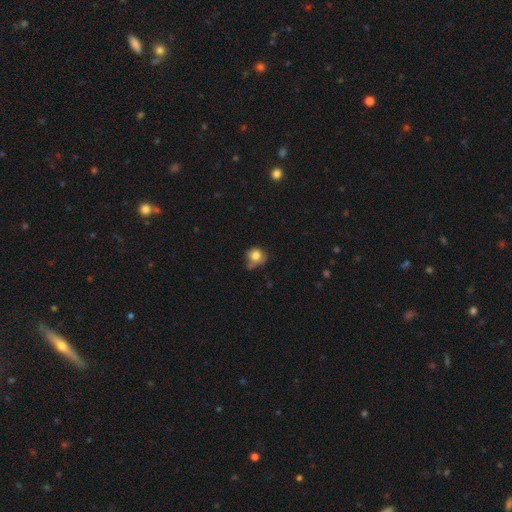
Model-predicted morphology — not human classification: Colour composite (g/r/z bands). It shows a smooth galaxy with no disk features (77%) that is round (77%). Merging: none (48%).